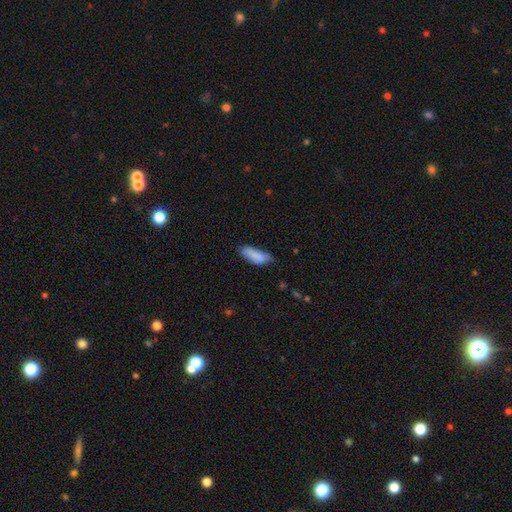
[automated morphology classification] smooth-or-featured: smooth: 85% | featured or disk: 8% | star or artifact: 7%
  how-rounded: in between: 70% | cigar-shaped: 28% | round: 2%
  merging: none: 59% | minor disturbance: 32% | major disturbance: 7% | merger: 2%